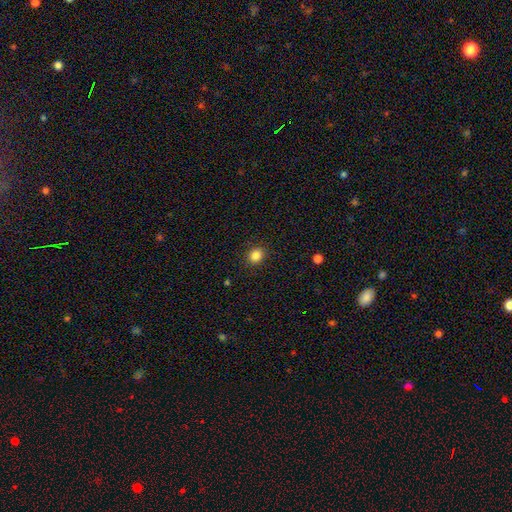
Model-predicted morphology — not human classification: A smooth galaxy with no disk features (85%) that is round (71%). Merging: none (90%).